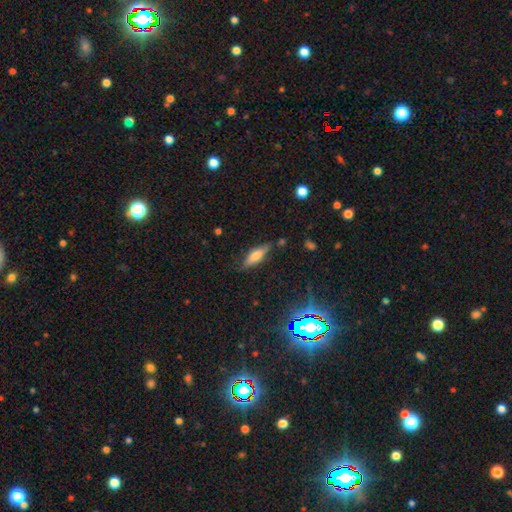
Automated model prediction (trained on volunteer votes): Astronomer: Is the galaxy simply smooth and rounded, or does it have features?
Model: smooth — 54% (runner-up: featured or disk, 37%).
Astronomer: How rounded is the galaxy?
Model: cigar-shaped — 55% (runner-up: in between, 42%).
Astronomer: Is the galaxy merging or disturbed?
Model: none — 78%.